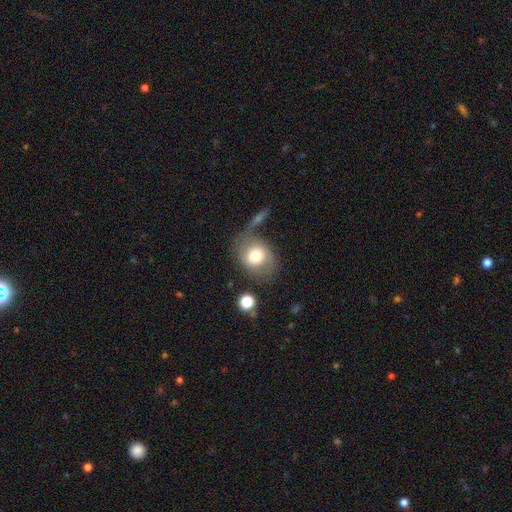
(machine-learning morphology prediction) Smooth or featured? Predicted: smooth (p=0.67). How rounded? Predicted: round (p=0.51). Merging? Predicted: none (p=0.52).